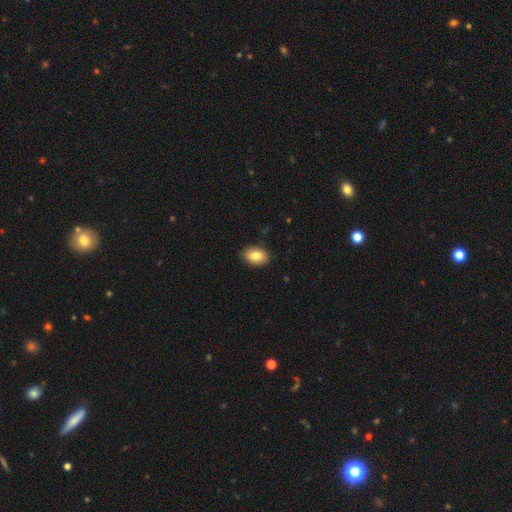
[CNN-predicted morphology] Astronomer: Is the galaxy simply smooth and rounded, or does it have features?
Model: smooth — 84%.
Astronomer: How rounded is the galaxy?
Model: in between — 85%.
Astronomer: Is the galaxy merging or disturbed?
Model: none — 90%.